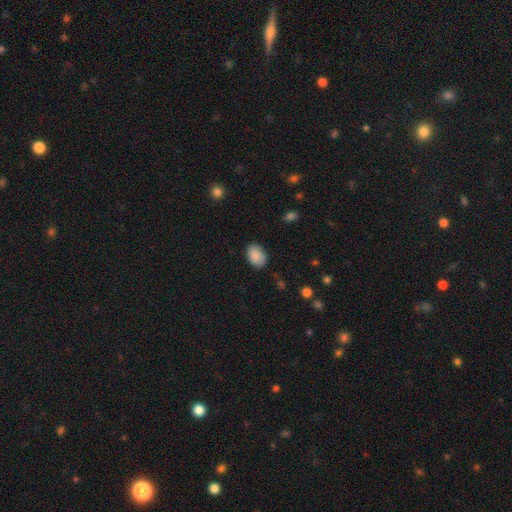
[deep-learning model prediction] This appears to be a smooth galaxy with no disk features (89%) that is in between round and cigar-shaped (86%). Merging: none (84%).